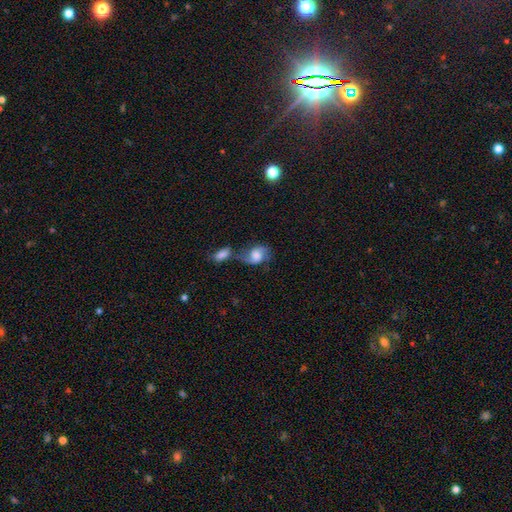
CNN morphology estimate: Q: Smooth or featured?
A: featured or disk (49%); runner-up: smooth (42%)
Q: Merging?
A: merger (39%); runner-up: none (31%)